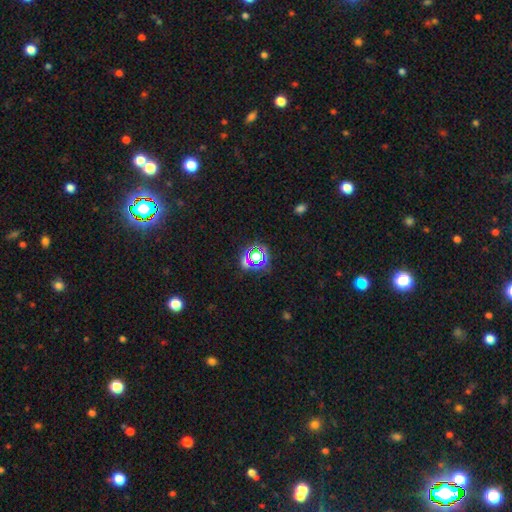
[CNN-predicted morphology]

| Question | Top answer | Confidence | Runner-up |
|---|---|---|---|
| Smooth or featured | star or artifact | 64% | smooth (26%) |